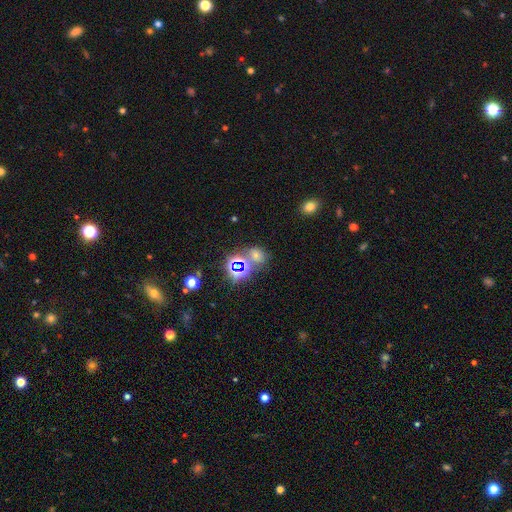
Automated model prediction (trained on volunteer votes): smooth-or-featured: star or artifact: 48% | smooth: 42% | featured or disk: 10%